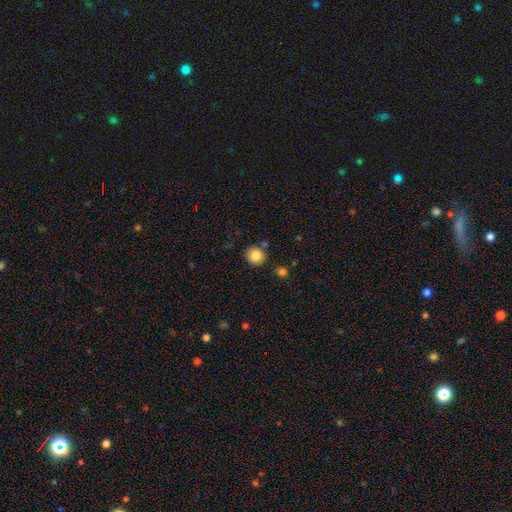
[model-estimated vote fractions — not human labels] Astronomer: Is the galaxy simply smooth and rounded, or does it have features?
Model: smooth — 85%.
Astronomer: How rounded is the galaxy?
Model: round — 90%.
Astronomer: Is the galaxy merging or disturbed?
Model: none — 84%.